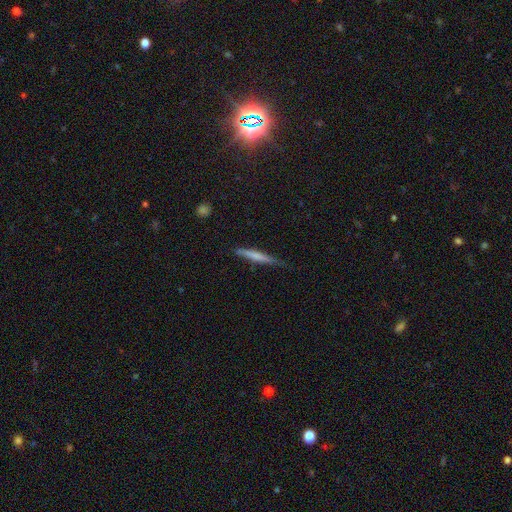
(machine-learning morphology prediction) Q: Smooth or featured?
A: smooth (58%); runner-up: featured or disk (36%)
Q: How rounded?
A: cigar-shaped (94%); runner-up: in between (5%)
Q: Merging?
A: none (74%); runner-up: minor disturbance (21%)